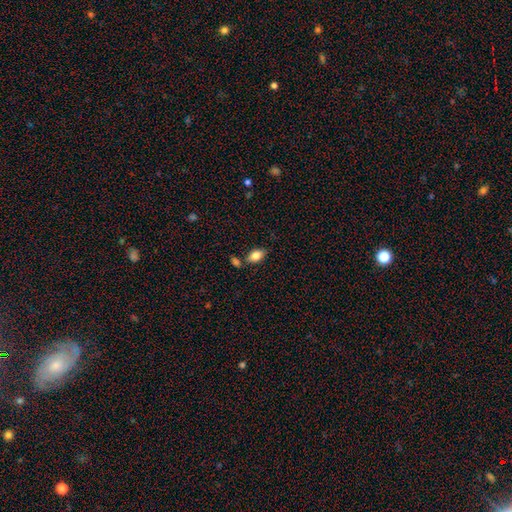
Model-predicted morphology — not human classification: This is clearly a smooth galaxy (82%). How rounded: clearly in between (89%). Merging: likely none (73%).